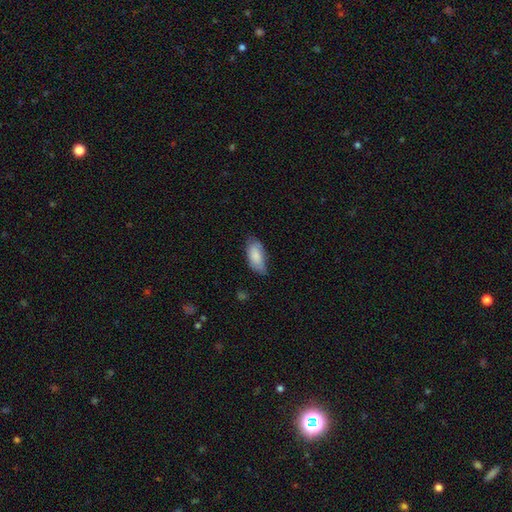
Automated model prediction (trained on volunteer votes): Smooth or featured? Predicted: smooth (p=0.84). How rounded? Predicted: in between (p=0.89). Merging? Predicted: none (p=0.62).